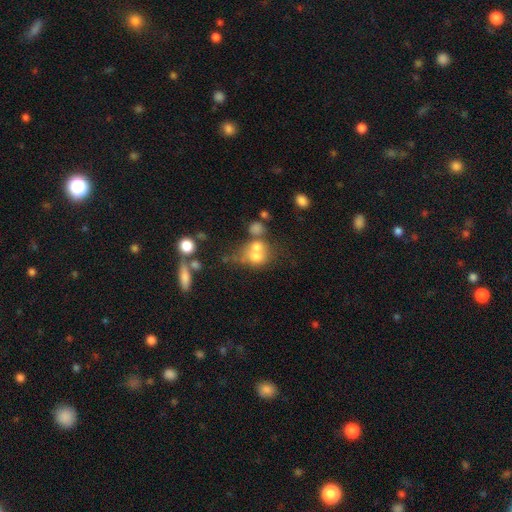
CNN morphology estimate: Smooth or featured?
  - smooth: 60% *
  - featured or disk: 25%
  - star or artifact: 15%
How rounded?
  - round: 61% *
  - in between: 37%
  - cigar-shaped: 2%
Merging?
  - merger: 57% *
  - none: 24%
  - minor disturbance: 9%
  - major disturbance: 9%